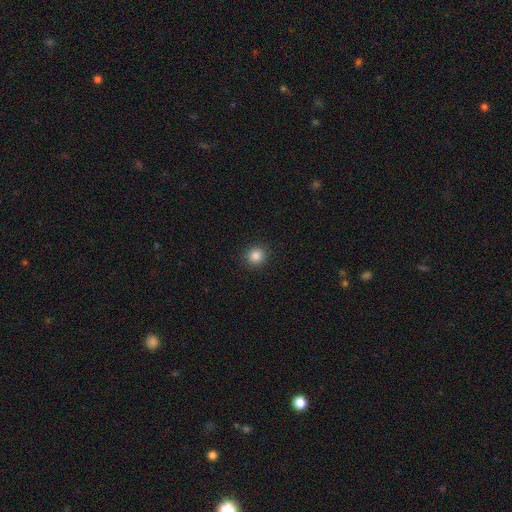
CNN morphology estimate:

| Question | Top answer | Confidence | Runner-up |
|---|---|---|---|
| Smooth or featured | smooth | 85% | star or artifact (11%) |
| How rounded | round | 91% | in between (8%) |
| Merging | none | 91% | minor disturbance (6%) |